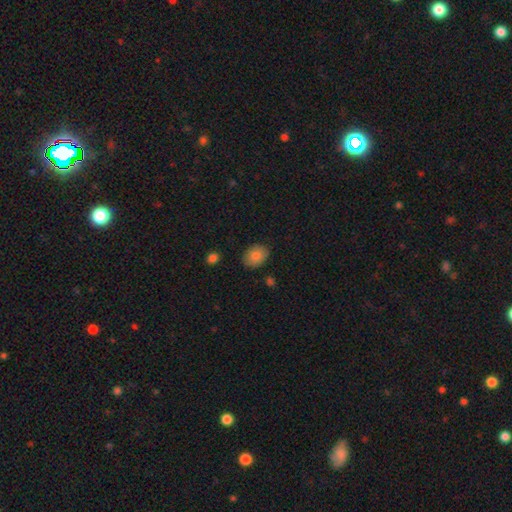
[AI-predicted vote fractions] Smooth or featured? smooth (82%)
How rounded? in between (66%)
Merging? none (84%)